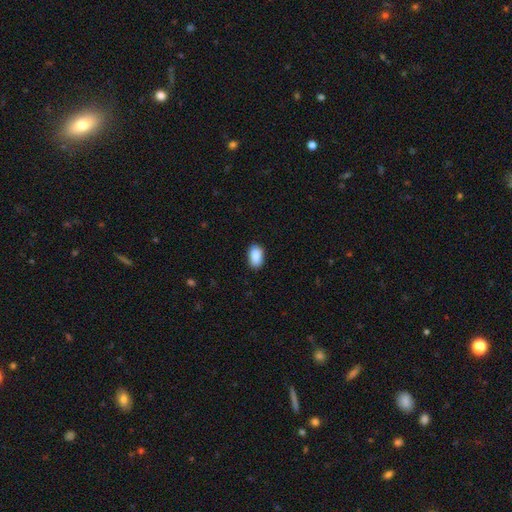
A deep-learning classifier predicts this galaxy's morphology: Smooth or featured? smooth (89%)
How rounded? in between (91%)
Merging? none (86%)